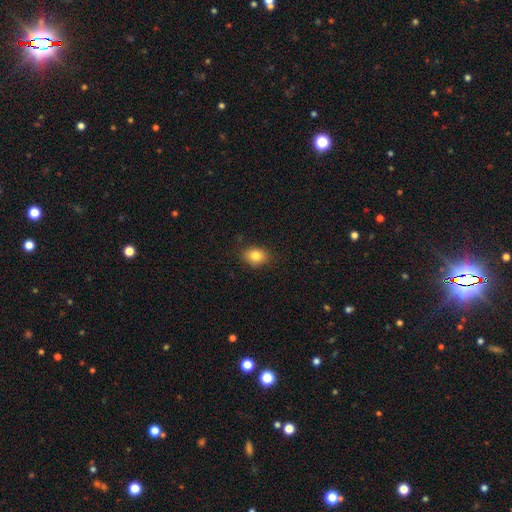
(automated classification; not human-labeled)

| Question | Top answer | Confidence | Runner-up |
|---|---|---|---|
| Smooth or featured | smooth | 82% | star or artifact (10%) |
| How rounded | in between | 59% | round (40%) |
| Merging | none | 84% | minor disturbance (12%) |